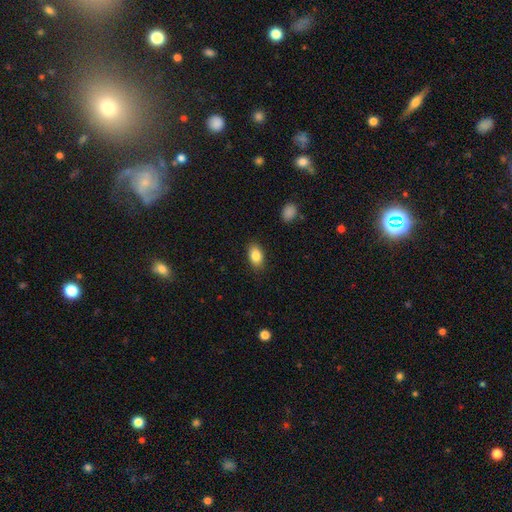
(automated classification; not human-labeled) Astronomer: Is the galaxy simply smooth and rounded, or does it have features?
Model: smooth — 85%.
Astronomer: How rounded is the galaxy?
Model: in between — 89%.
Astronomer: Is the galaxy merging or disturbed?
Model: none — 87%.